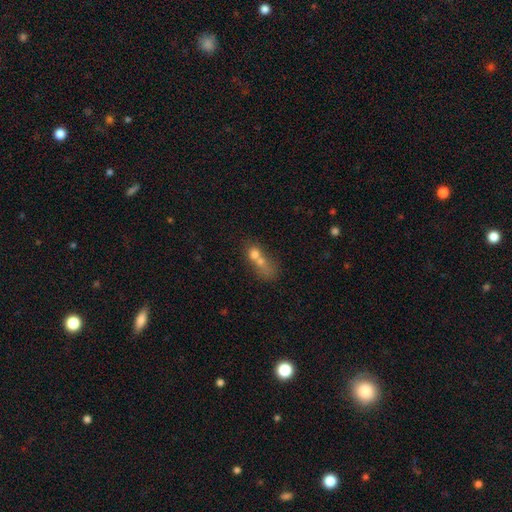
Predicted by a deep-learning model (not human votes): Q: Smooth or featured?
A: smooth (59%); runner-up: featured or disk (25%)
Q: How rounded?
A: round (47%); runner-up: in between (42%)
Q: Merging?
A: merger (65%); runner-up: none (19%)